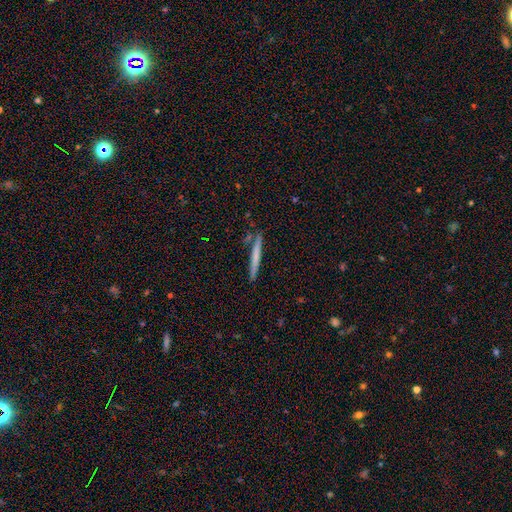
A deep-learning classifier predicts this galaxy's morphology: type=smooth (58%); roundness=cigar-shaped (97%); merging=none (87%).